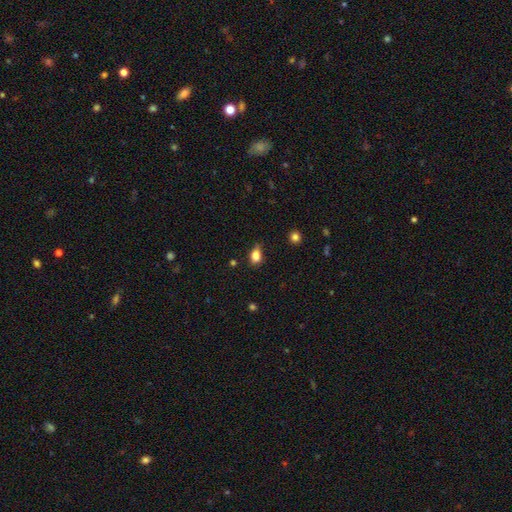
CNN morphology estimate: Smooth or featured? smooth (84%)
How rounded? in between (80%)
Merging? none (58%)